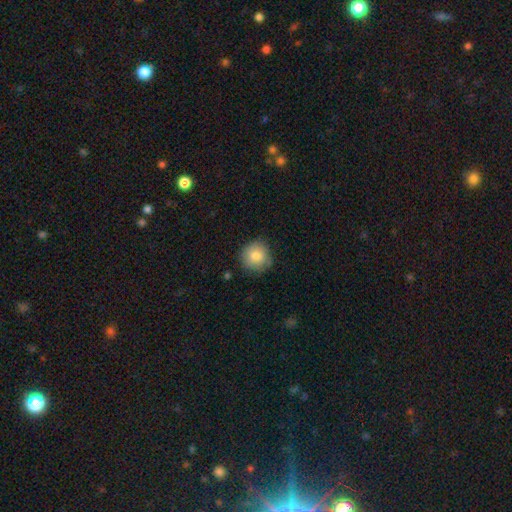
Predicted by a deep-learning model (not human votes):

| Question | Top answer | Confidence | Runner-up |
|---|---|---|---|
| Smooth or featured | smooth | 83% | featured or disk (9%) |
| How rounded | round | 92% | in between (7%) |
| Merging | none | 82% | minor disturbance (14%) |